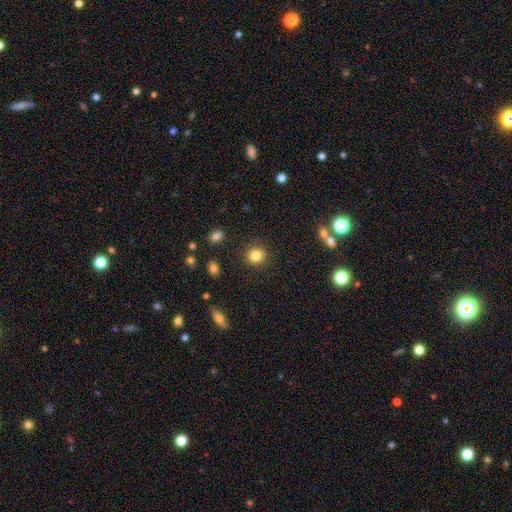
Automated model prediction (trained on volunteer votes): smooth 83%, star or artifact 11%, featured or disk 6%. Down the decision tree: how rounded — round (87%); merging — none (89%).